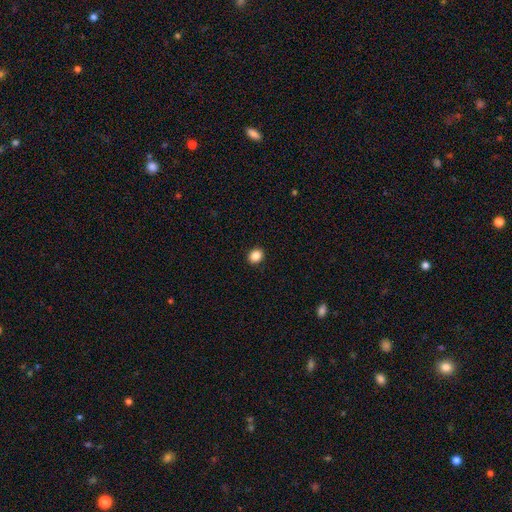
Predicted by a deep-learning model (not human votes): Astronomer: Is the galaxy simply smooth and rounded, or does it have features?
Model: smooth — 87%.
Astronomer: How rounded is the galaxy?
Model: round — 58% (runner-up: in between, 41%).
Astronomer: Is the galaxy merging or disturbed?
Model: none — 92%.